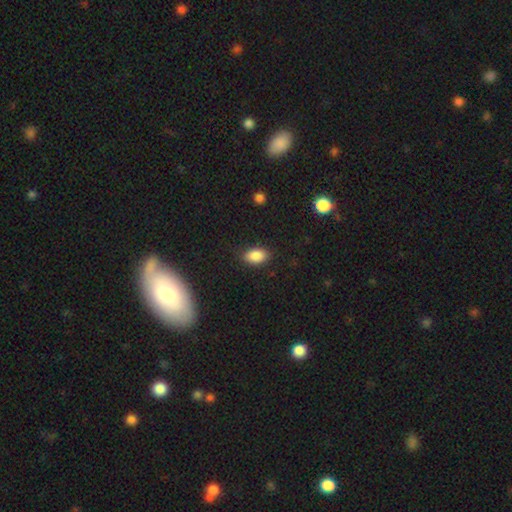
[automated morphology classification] This appears to be a smooth galaxy with no disk features (87%) that is in between round and cigar-shaped (91%). Merging: none (86%).